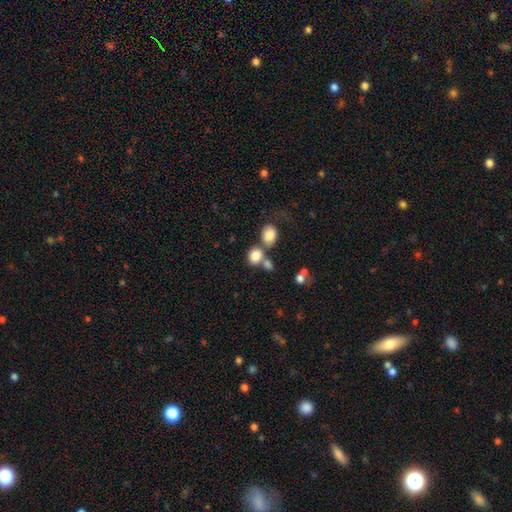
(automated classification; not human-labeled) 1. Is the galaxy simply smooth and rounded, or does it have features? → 82% smooth, 10% star or artifact, 8% featured or disk.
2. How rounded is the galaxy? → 53% round, 46% in between, 1% cigar-shaped.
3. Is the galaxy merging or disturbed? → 45% merger, 40% none, 10% minor disturbance, 6% major disturbance.